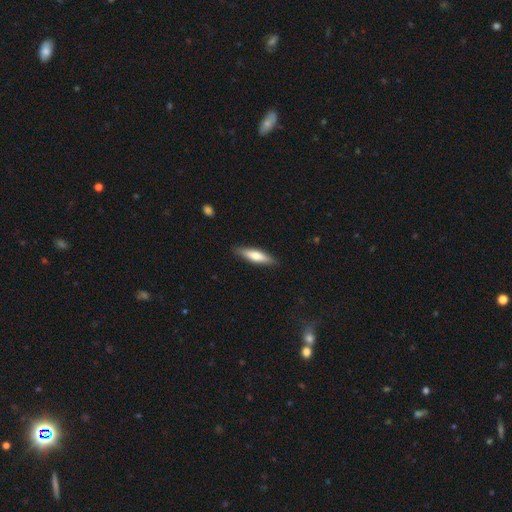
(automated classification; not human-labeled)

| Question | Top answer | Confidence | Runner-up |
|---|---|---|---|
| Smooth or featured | smooth | 62% | featured or disk (32%) |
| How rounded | cigar-shaped | 74% | in between (25%) |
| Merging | none | 88% | minor disturbance (9%) |